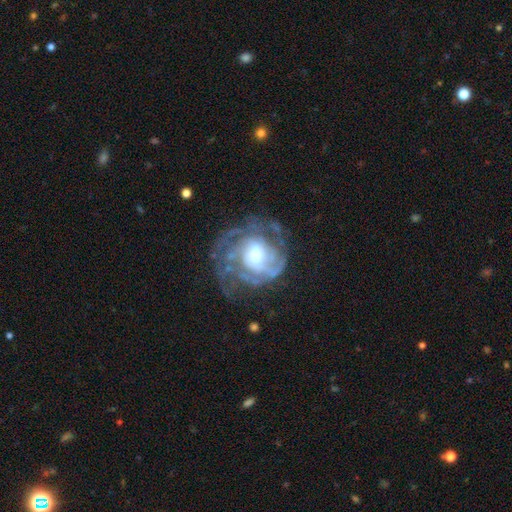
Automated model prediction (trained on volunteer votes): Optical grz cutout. It shows a featured or disk galaxy (82%) with no bar (52%), tight (50%) spiral arms (87%) and a moderate central bulge (50%). Merging: none (56%).